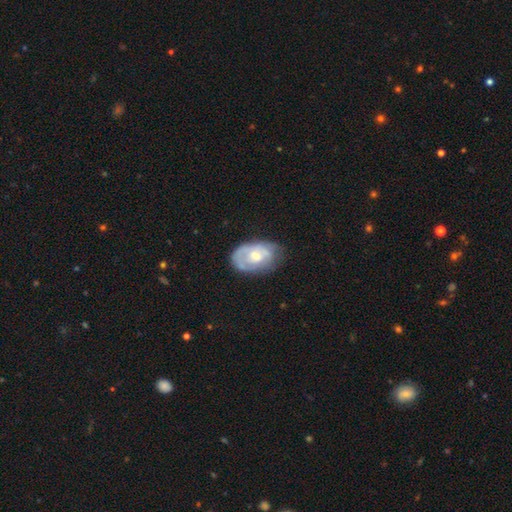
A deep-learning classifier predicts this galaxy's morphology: A featured or disk galaxy (58%) with no bar (79%), spiral arms (61%) and a moderate central bulge (54%).

Vote fractions:
- Smooth or featured? featured or disk: 58% / smooth: 36% / star or artifact: 6%
- Edge-on disk? no: 95% / yes: 5%
- Bar? no: 79% / weak: 18% / strong: 3%
- Spiral arms? yes: 61% / no: 39%
- Bulge size? moderate: 54% / small: 39% / large: 4% / none: 2% / dominant: 1%
- Merging? none: 56% / minor disturbance: 30% / major disturbance: 12% / merger: 2%